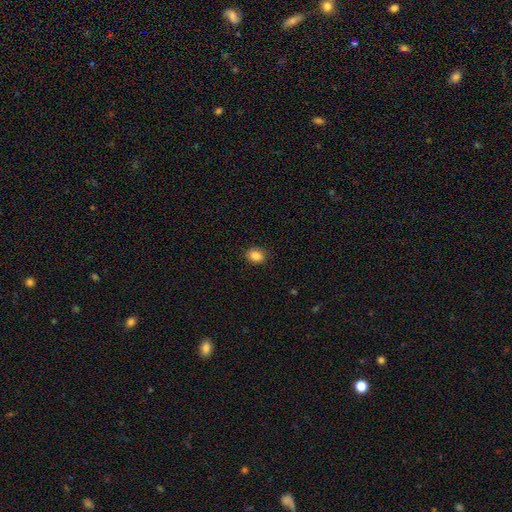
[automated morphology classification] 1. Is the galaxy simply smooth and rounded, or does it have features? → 86% smooth, 9% star or artifact, 4% featured or disk.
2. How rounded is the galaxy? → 58% in between, 41% round, 1% cigar-shaped.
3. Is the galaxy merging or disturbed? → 88% none, 9% minor disturbance, 2% major disturbance, 1% merger.